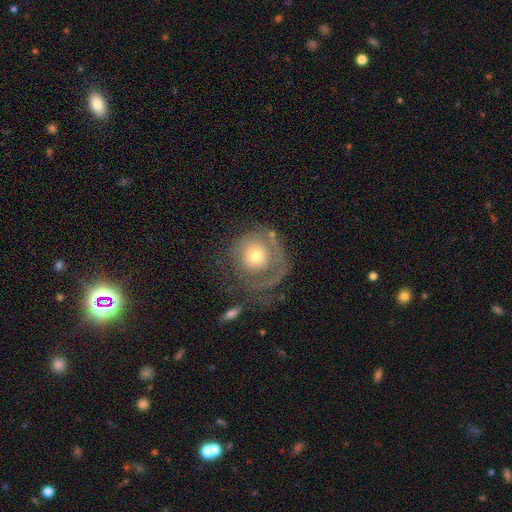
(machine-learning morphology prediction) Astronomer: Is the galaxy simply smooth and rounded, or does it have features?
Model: featured or disk — 51% (runner-up: smooth, 41%).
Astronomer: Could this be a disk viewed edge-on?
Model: no — 96%.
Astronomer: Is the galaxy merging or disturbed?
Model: none — 44% (runner-up: major disturbance, 32%).